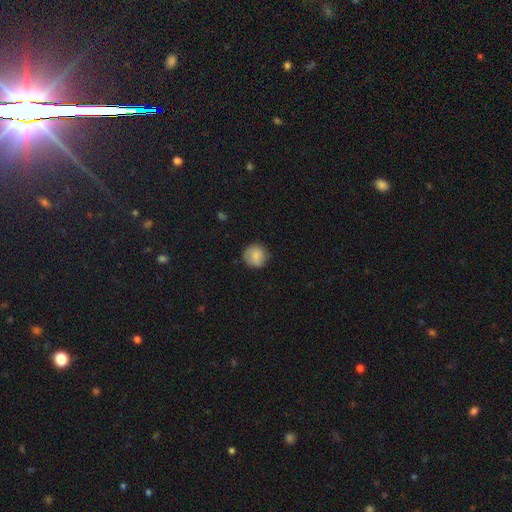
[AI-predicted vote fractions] smooth_or_featured: smooth (p=0.84) [alt: featured or disk p=0.09]
how_rounded: round (p=0.92) [alt: in between p=0.07]
merging: none (p=0.80) [alt: minor disturbance p=0.15]